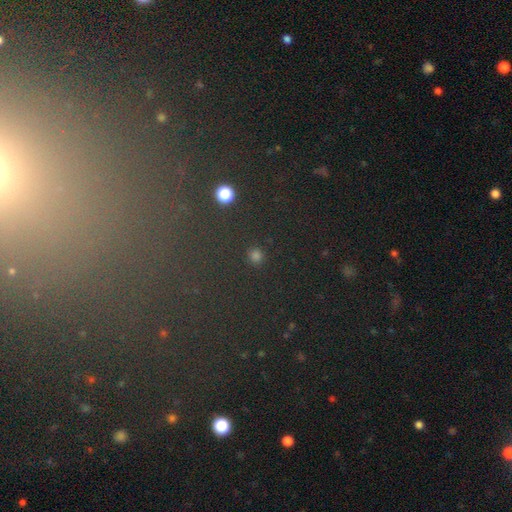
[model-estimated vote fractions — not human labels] Smooth or featured? Predicted: smooth (p=0.54). How rounded? Predicted: round (p=0.90). Merging? Predicted: none (p=0.90).